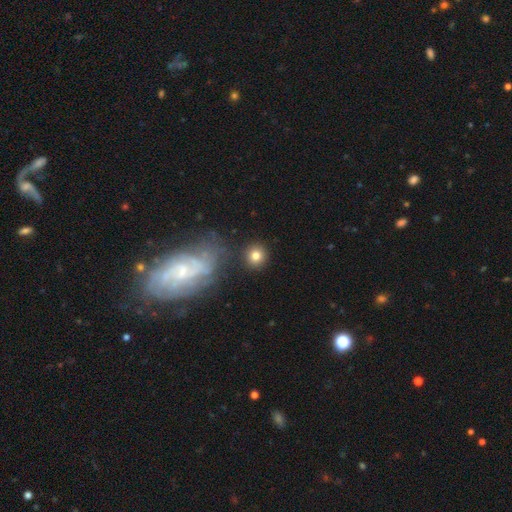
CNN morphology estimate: Smooth or featured: smooth — 77% (featured or disk — 12%)
How rounded: round — 93% (in between — 6%)
Merging: none — 87% (minor disturbance — 6%)